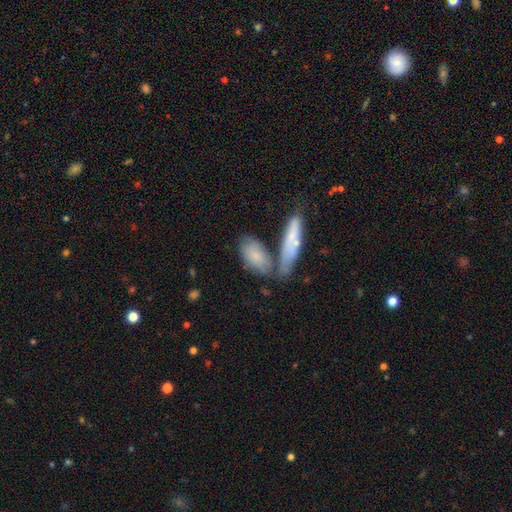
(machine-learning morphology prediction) The model was most divided on "merging": none: 48%, merger: 28%, minor disturbance: 18%, major disturbance: 6%. More confident: how rounded — in between (79%); smooth or featured — smooth (75%).